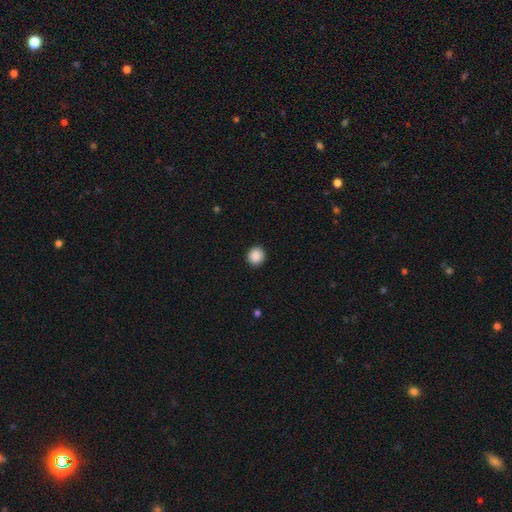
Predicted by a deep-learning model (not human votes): Smooth or featured? smooth (89%)
How rounded? round (90%)
Merging? none (92%)